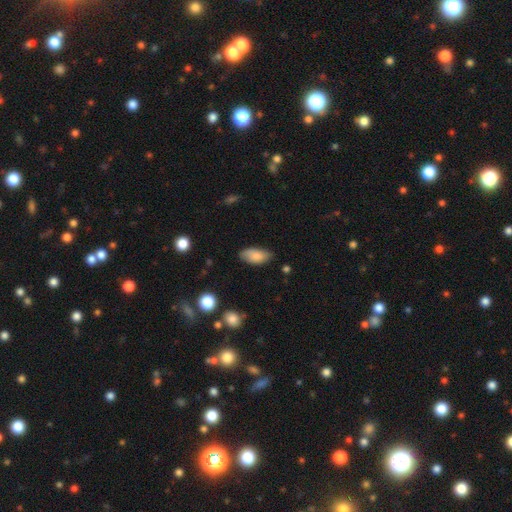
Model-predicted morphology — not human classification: Q: Smooth or featured?
A: smooth (82%); runner-up: featured or disk (12%)
Q: How rounded?
A: in between (92%); runner-up: cigar-shaped (5%)
Q: Merging?
A: none (74%); runner-up: minor disturbance (21%)